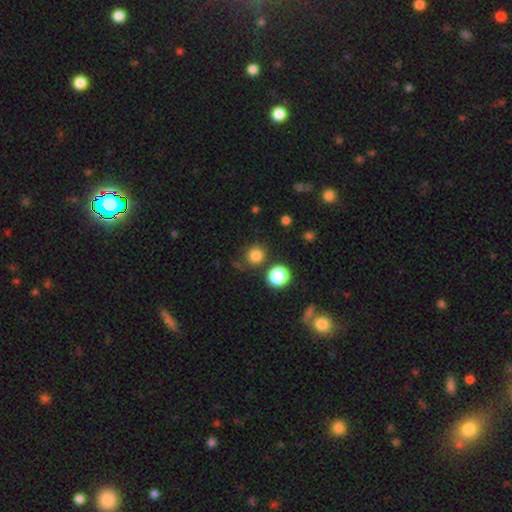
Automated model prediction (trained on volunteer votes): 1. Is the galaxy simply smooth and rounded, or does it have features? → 81% smooth, 14% star or artifact, 4% featured or disk.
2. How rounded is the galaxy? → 92% round, 7% in between, 1% cigar-shaped.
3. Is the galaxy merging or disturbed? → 82% none, 9% minor disturbance, 6% merger, 3% major disturbance.